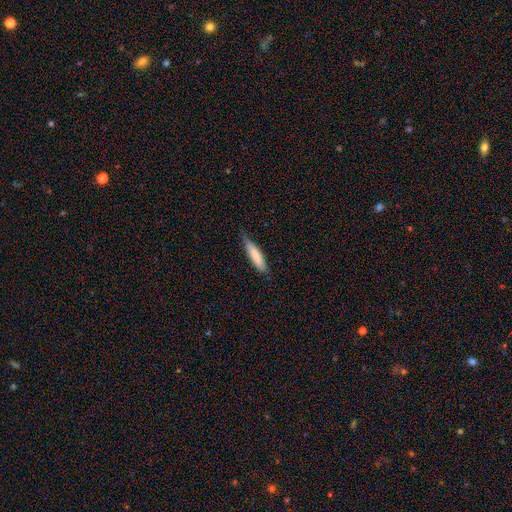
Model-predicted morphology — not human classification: Overall: smooth (81%). How rounded: cigar-shaped (77%). Merging: none (73%).